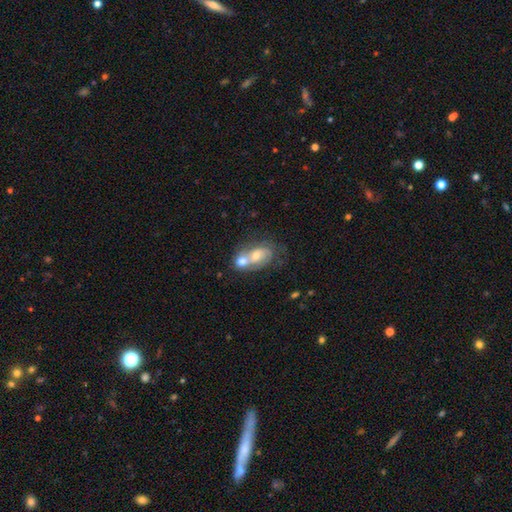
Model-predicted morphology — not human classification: Q: Smooth or featured?
A: featured or disk (53%); runner-up: smooth (37%)
Q: Edge-on disk?
A: no (95%); runner-up: yes (5%)
Q: Bar?
A: no (73%); runner-up: weak (21%)
Q: Spiral arms?
A: yes (60%); runner-up: no (40%)
Q: Bulge size?
A: moderate (58%); runner-up: small (28%)
Q: Merging?
A: merger (63%); runner-up: none (21%)